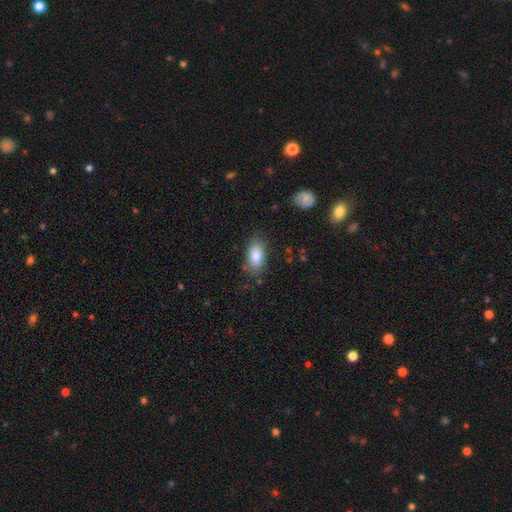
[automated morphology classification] type=smooth (84%); roundness=in between (91%); merging=none (78%).